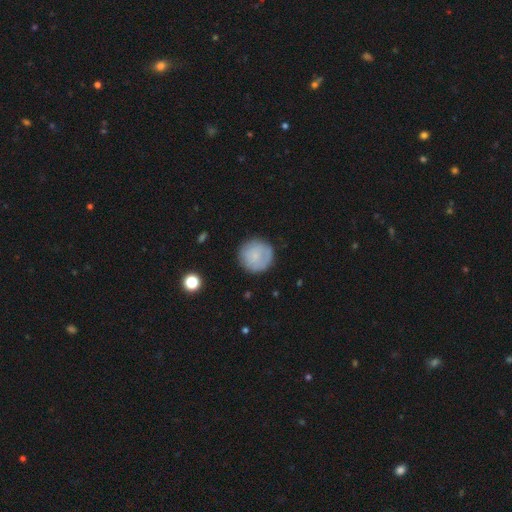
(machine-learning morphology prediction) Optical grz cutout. It shows a smooth galaxy with no disk features (75%) that is round (95%). Merging: none (83%).